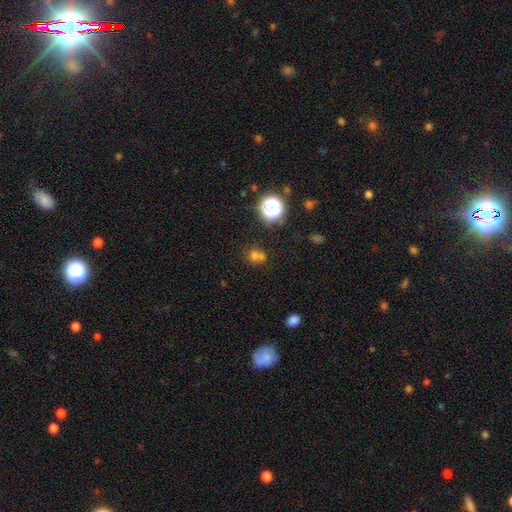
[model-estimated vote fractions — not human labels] smooth 62%, star or artifact 25%, featured or disk 13%. Down the decision tree: how rounded — round (79%); merging — none (49%).